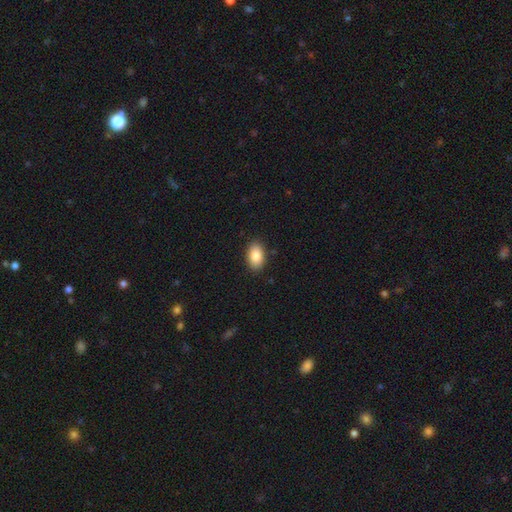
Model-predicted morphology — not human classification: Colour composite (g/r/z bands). It shows a smooth galaxy with no disk features (84%) that is in between round and cigar-shaped (91%). Merging: none (89%).